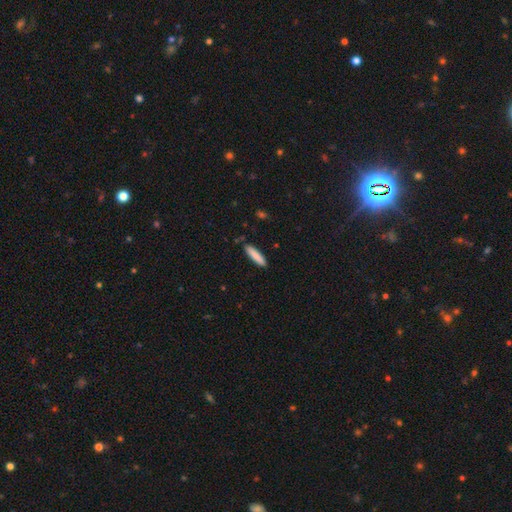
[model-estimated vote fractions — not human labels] This is clearly a smooth galaxy (84%). How rounded: clearly cigar-shaped (83%). Merging: clearly none (88%).